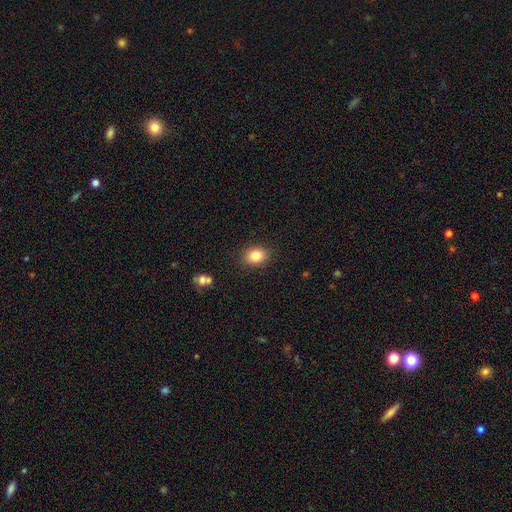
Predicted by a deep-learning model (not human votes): Morphology: type=smooth (83%); roundness=in between (55%); merging=none (88%).